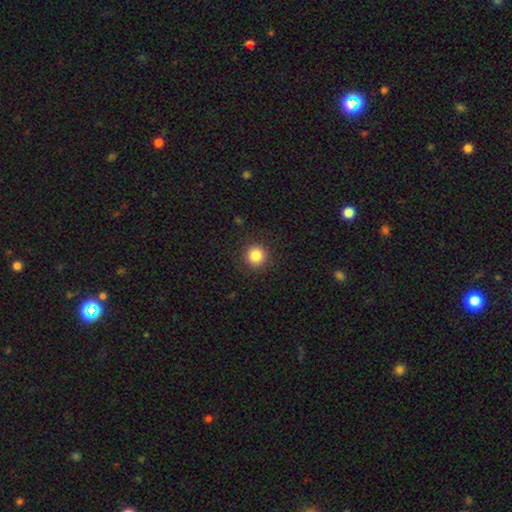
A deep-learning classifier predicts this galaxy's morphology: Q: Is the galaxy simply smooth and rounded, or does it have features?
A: smooth — 85%.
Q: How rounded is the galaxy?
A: round — 94%.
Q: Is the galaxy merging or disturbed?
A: none — 91%.